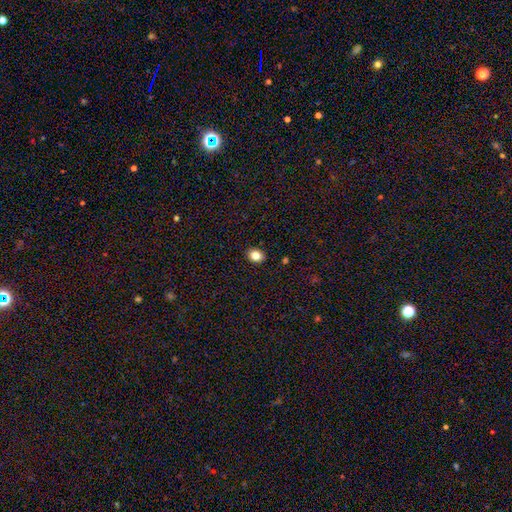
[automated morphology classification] smooth 84%, star or artifact 11%, featured or disk 6%. Down the decision tree: how rounded — round (51%); merging — none (91%).